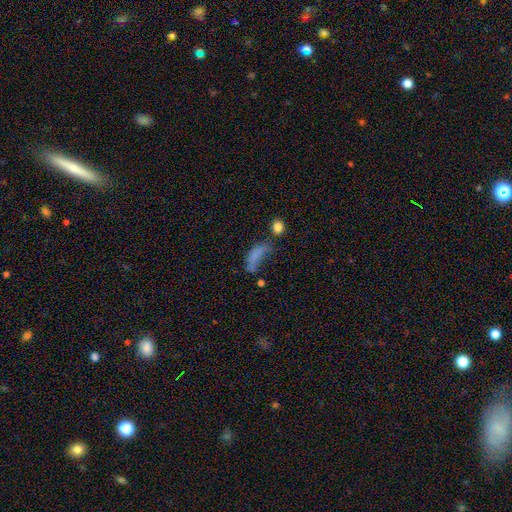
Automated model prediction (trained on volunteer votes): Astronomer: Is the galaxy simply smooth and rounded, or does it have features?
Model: smooth — 62%.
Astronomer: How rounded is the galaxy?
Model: in between — 68%.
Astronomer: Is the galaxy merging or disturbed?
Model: major disturbance — 38% (runner-up: none, 25%).